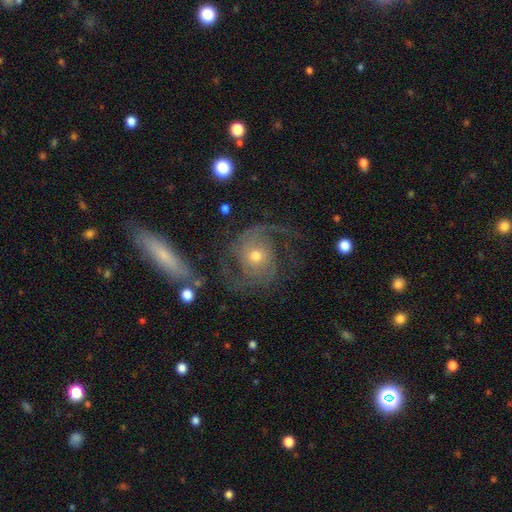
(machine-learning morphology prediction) A featured or disk galaxy (86%) with no bar (69%), 2 (81%) medium (49%) spiral arms (97%) and a moderate central bulge (53%). Merging: none (68%).